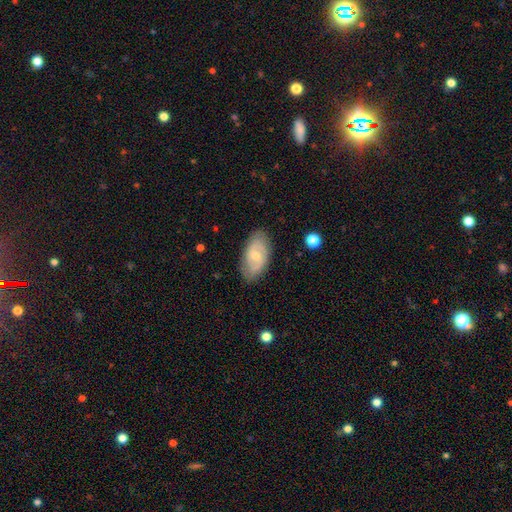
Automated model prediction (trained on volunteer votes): Morphology: type=featured or disk (59%); edge-on=no (94%); bar=no (50%); spiral arms=yes (79%); bulge=small (54%); merging=none (82%).